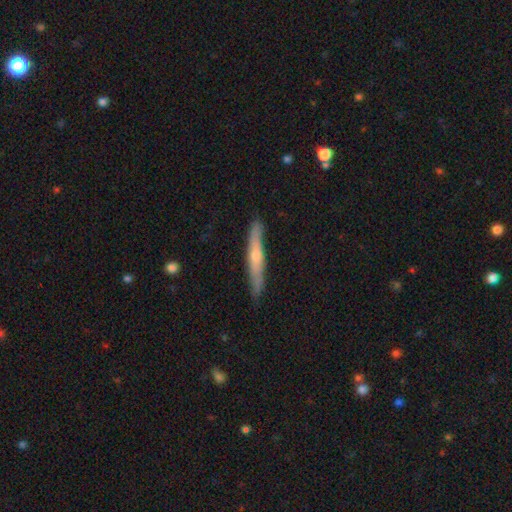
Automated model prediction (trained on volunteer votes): Smooth or featured? featured or disk (49%)
Merging? none (85%)